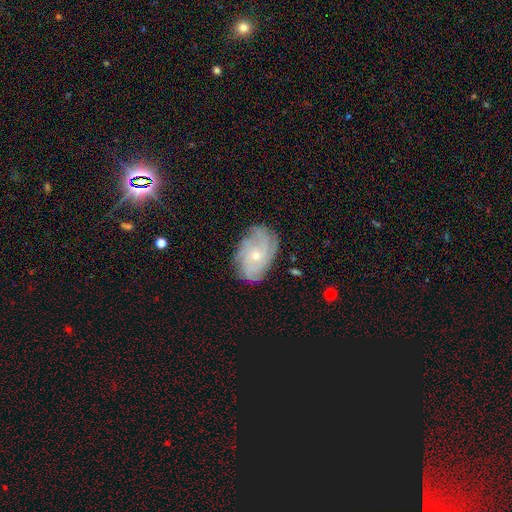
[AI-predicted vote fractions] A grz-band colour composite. It shows a featured or disk galaxy (78%) with no bar (80%), tight (66%) spiral arms (95%) and a small central bulge (65%). Merging: none (79%).